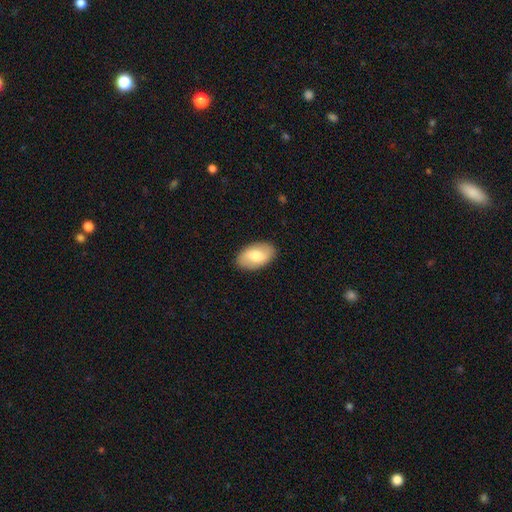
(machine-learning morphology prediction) smooth 62%, featured or disk 32%, star or artifact 6%. Down the decision tree: how rounded — in between (92%); merging — none (88%).